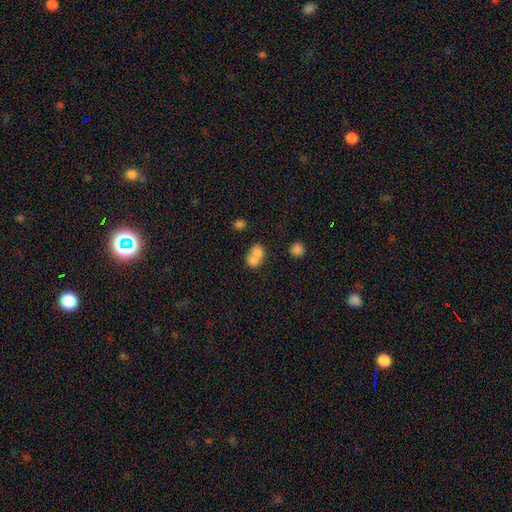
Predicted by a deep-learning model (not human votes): Smooth or featured? Predicted: smooth (p=0.73). How rounded? Predicted: round (p=0.50). Merging? Predicted: merger (p=0.64).